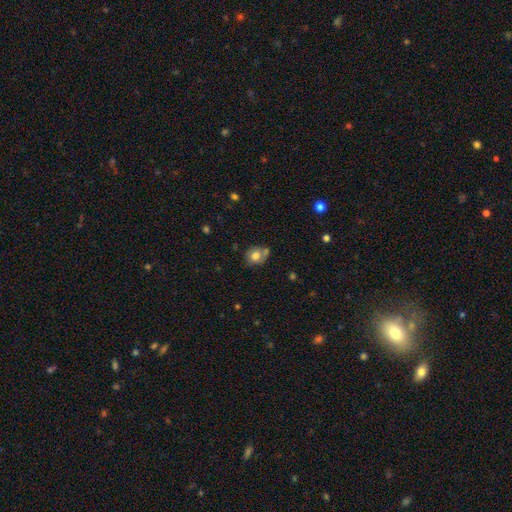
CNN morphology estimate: This appears to be a smooth galaxy with no disk features (73%) that is round (68%). Merging: none (56%).